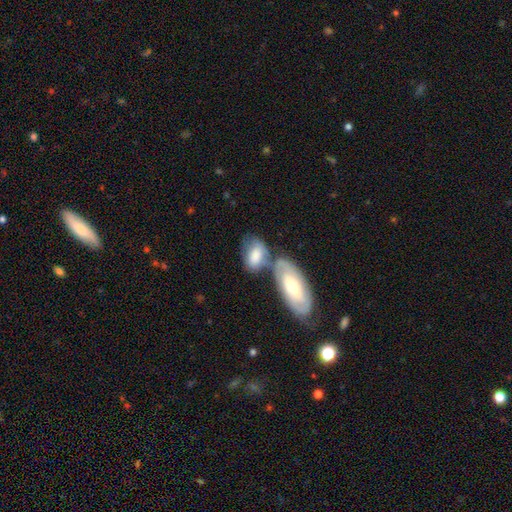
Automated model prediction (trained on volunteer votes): Smooth or featured? Predicted: smooth (p=0.69). How rounded? Predicted: in between (p=0.89). Merging? Predicted: merger (p=0.45).